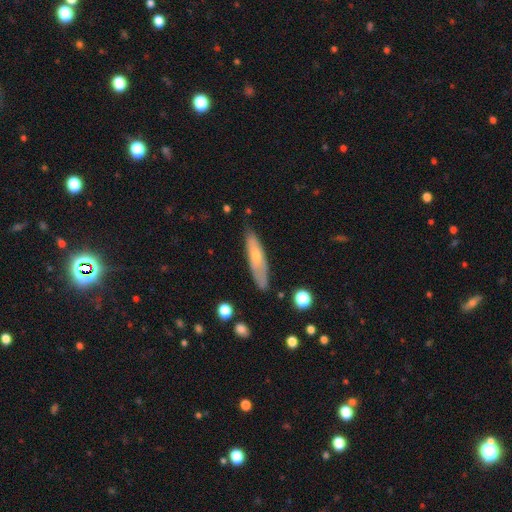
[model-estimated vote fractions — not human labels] Morphology: type=smooth (52%); roundness=cigar-shaped (75%); merging=none (77%).